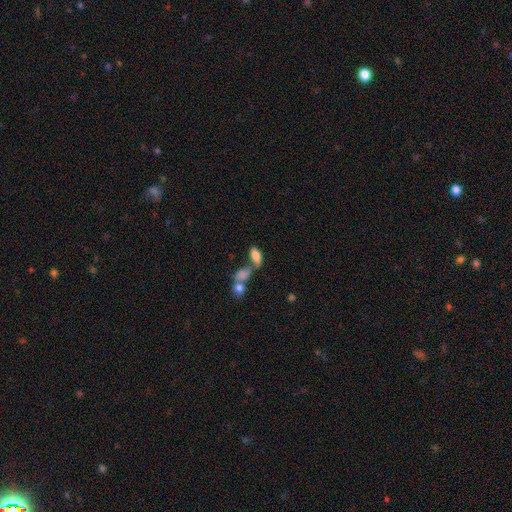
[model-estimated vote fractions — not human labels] Smooth or featured? Predicted: smooth (p=0.78). How rounded? Predicted: in between (p=0.87). Merging? Predicted: merger (p=0.44).